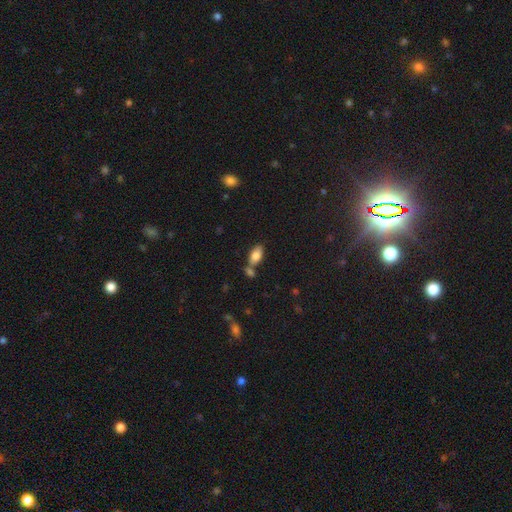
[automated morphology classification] smooth 82%, featured or disk 10%, star or artifact 8%. Down the decision tree: how rounded — in between (92%); merging — none (56%).